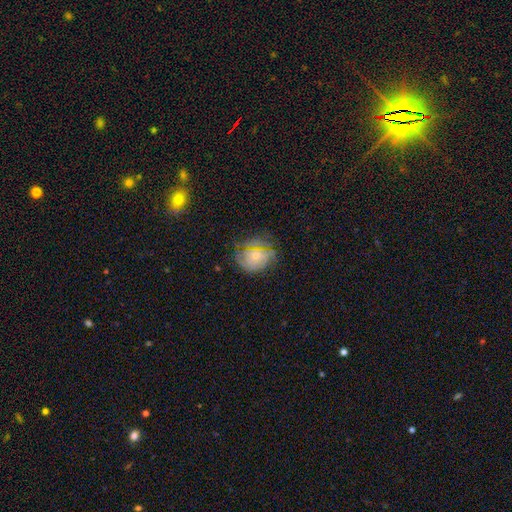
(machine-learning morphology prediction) A featured or disk galaxy (50%).

Vote fractions:
- Smooth or featured? featured or disk: 50% / smooth: 36% / star or artifact: 14%
- Edge-on disk? no: 96% / yes: 4%
- Merging? none: 67% / minor disturbance: 21% / major disturbance: 9% / merger: 2%